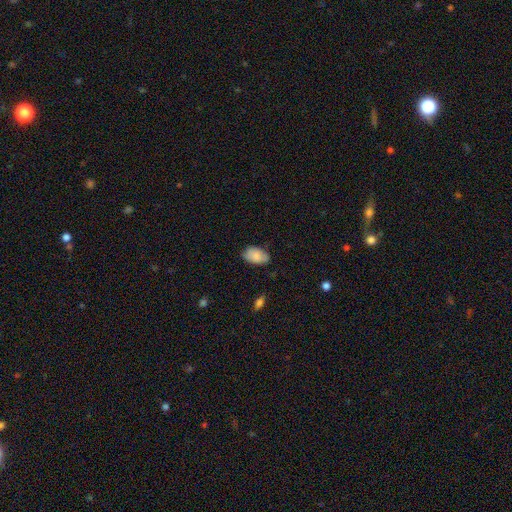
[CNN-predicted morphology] Smooth or featured: smooth — 84% (featured or disk — 9%)
How rounded: in between — 92% (round — 7%)
Merging: none — 76% (minor disturbance — 19%)